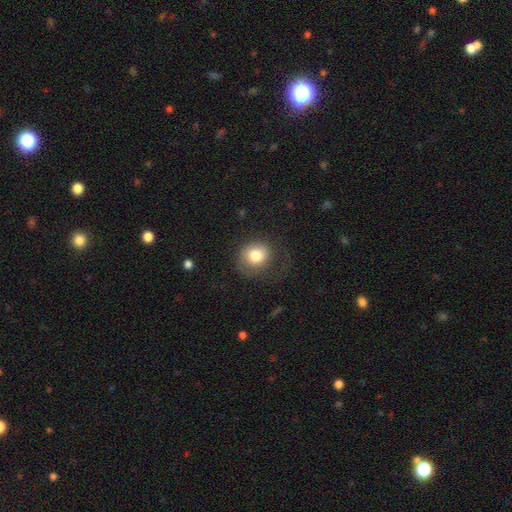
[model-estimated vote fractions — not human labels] smooth_or_featured: smooth (p=0.77) [alt: featured or disk p=0.15]
how_rounded: round (p=0.76) [alt: in between p=0.23]
merging: none (p=0.53) [alt: major disturbance p=0.24]